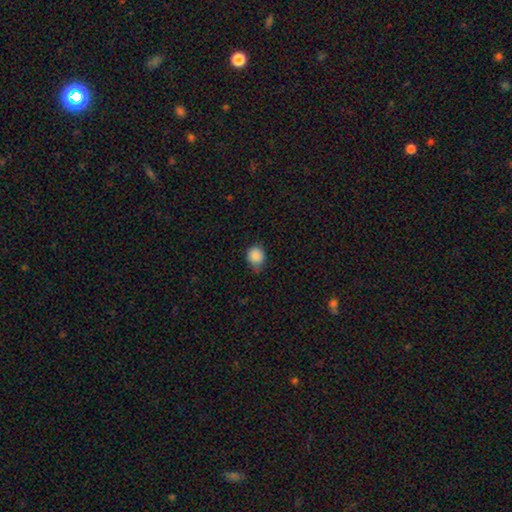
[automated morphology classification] Smooth or featured?
  - smooth: 87% *
  - star or artifact: 9%
  - featured or disk: 4%
How rounded?
  - round: 73% *
  - in between: 26%
  - cigar-shaped: 1%
Merging?
  - none: 61% *
  - minor disturbance: 33%
  - major disturbance: 5%
  - merger: 2%